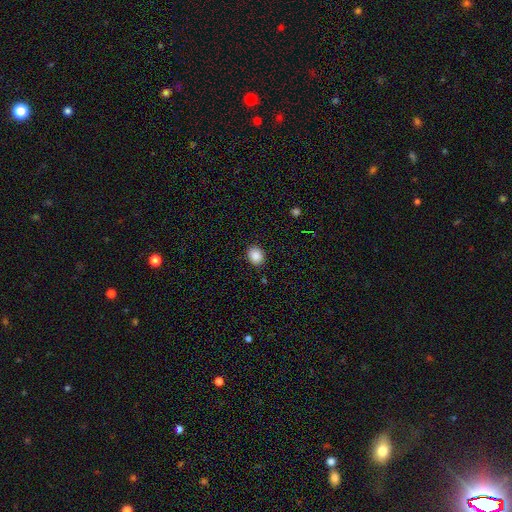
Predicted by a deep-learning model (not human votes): Smooth or featured: smooth — 88% (star or artifact — 9%)
How rounded: round — 51% (in between — 48%)
Merging: none — 89% (minor disturbance — 8%)